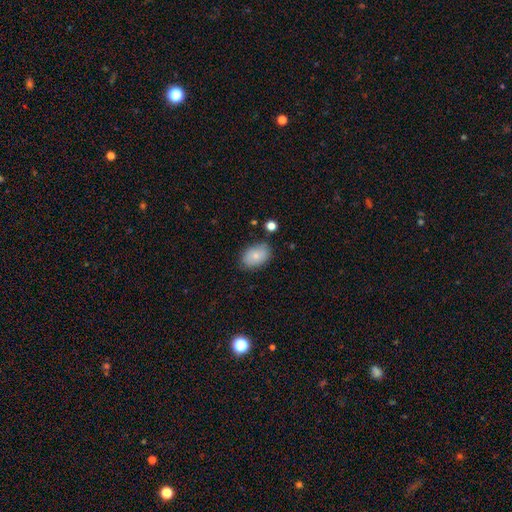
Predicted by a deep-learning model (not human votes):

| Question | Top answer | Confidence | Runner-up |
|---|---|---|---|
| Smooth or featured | smooth | 80% | featured or disk (12%) |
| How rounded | in between | 87% | round (12%) |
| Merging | none | 79% | minor disturbance (15%) |